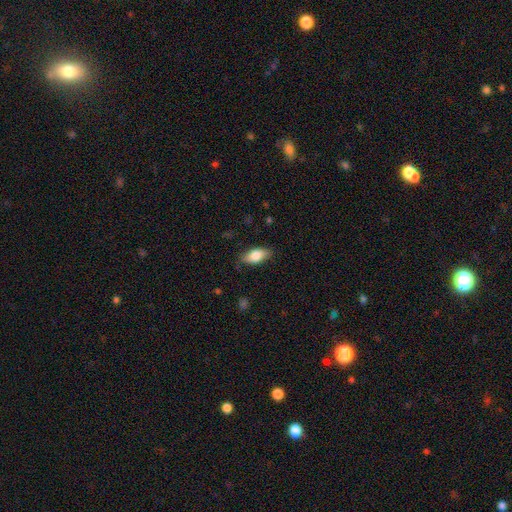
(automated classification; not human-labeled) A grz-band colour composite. It shows a smooth galaxy with no disk features (78%) that is in between round and cigar-shaped (87%). Merging: none (82%).